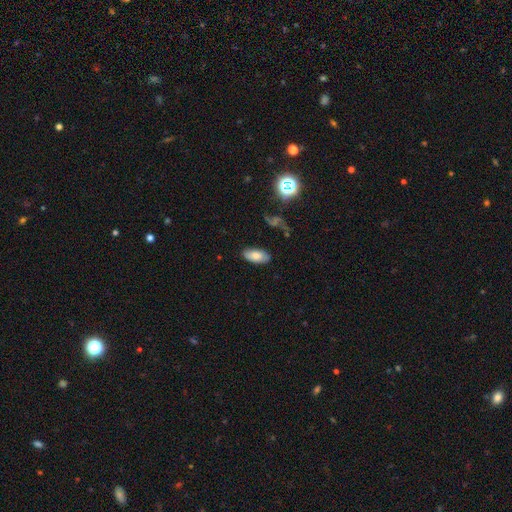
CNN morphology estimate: This appears to be a smooth galaxy with no disk features (77%) that is in between round and cigar-shaped (91%). Merging: none (83%).